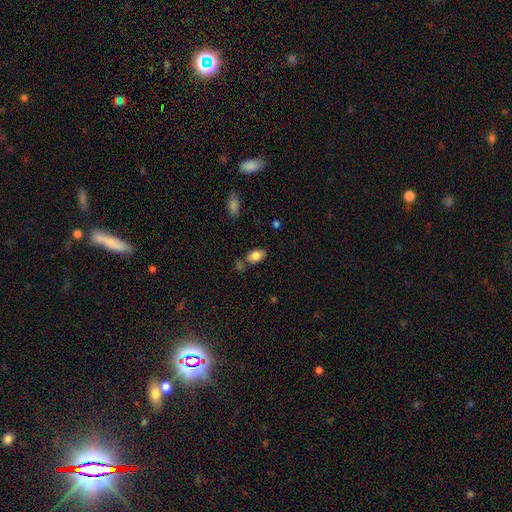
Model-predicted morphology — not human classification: Overall: smooth (82%). How rounded: in between (90%). Merging: none (68%).